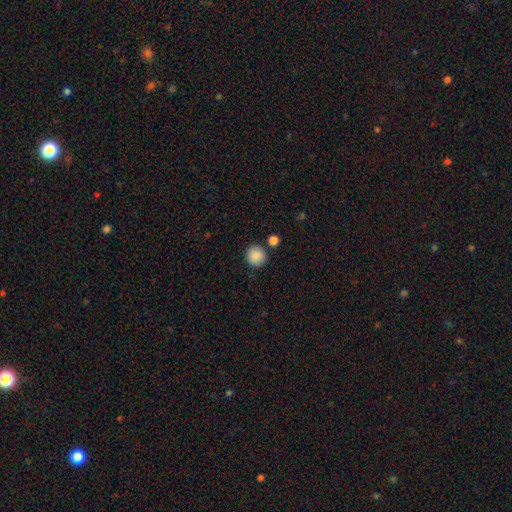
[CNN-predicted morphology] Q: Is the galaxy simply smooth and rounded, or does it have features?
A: smooth — 88%.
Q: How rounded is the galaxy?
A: round — 93%.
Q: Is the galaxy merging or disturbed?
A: none — 85%.